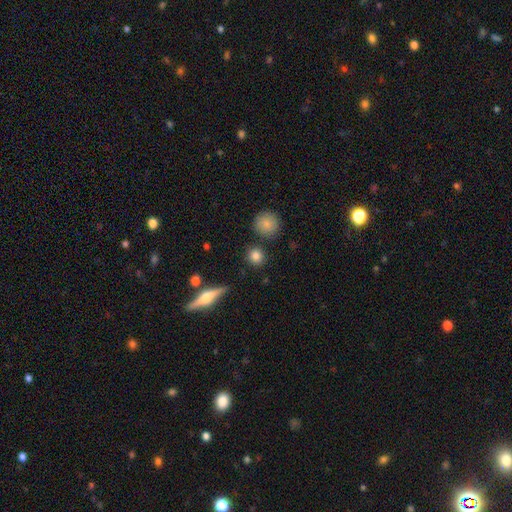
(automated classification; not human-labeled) smooth-or-featured: smooth: 83% | star or artifact: 10% | featured or disk: 7%
  how-rounded: round: 89% | in between: 10% | cigar-shaped: 2%
  merging: none: 86% | minor disturbance: 7% | merger: 5% | major disturbance: 3%